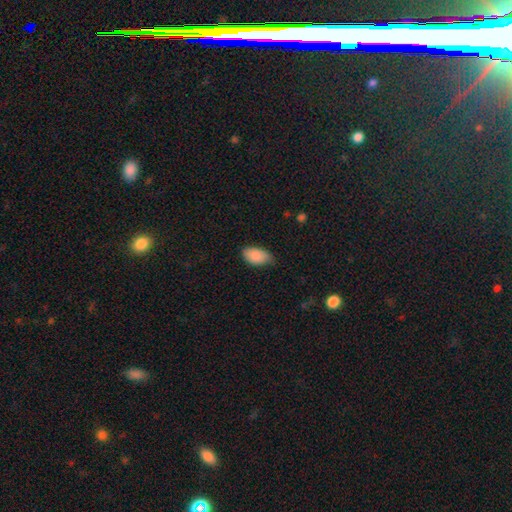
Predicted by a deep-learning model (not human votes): Smooth or featured: smooth — 88% (star or artifact — 7%)
How rounded: in between — 93% (round — 5%)
Merging: none — 63% (minor disturbance — 31%)